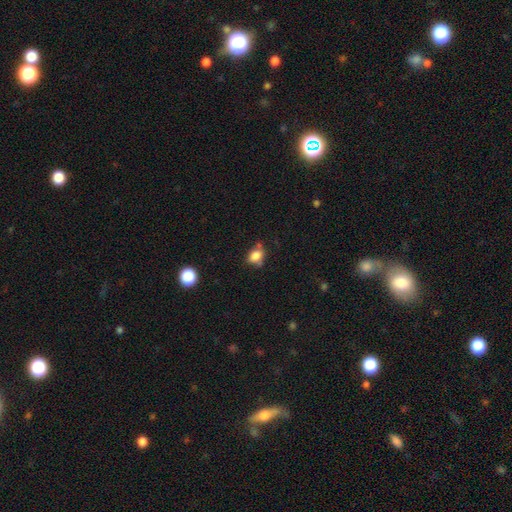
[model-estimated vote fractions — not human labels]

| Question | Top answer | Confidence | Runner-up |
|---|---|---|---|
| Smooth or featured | smooth | 80% | star or artifact (11%) |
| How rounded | in between | 55% | round (44%) |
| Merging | none | 52% | minor disturbance (28%) |